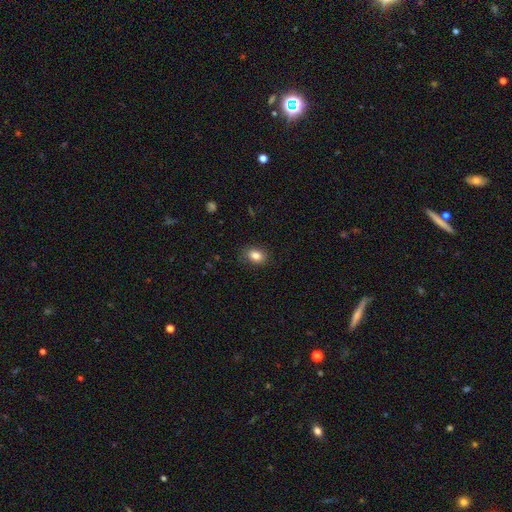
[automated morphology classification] smooth_or_featured: smooth (p=0.83) [alt: star or artifact p=0.09]
how_rounded: in between (p=0.72) [alt: round p=0.27]
merging: none (p=0.84) [alt: minor disturbance p=0.13]